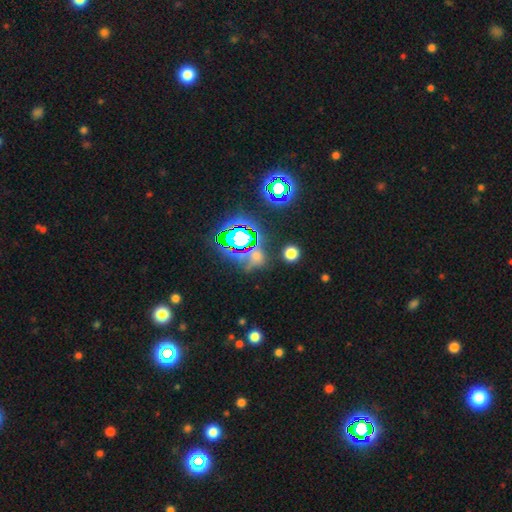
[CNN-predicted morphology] type=star or artifact (57%).